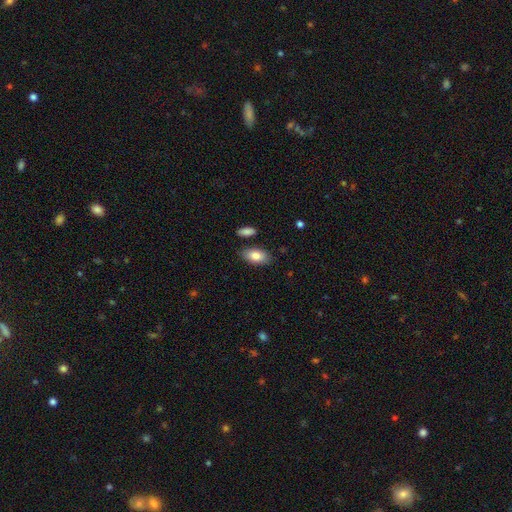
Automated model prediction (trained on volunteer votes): Overall: smooth (82%). How rounded: in between (93%). Merging: none (82%).